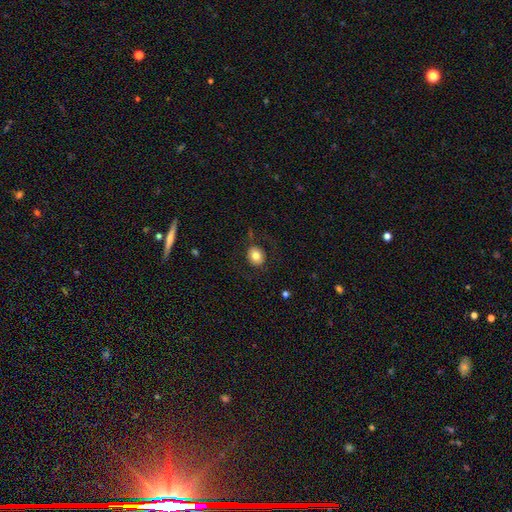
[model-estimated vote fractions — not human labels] Q: Smooth or featured?
A: smooth (78%); runner-up: featured or disk (13%)
Q: How rounded?
A: round (69%); runner-up: in between (30%)
Q: Merging?
A: none (83%); runner-up: minor disturbance (10%)